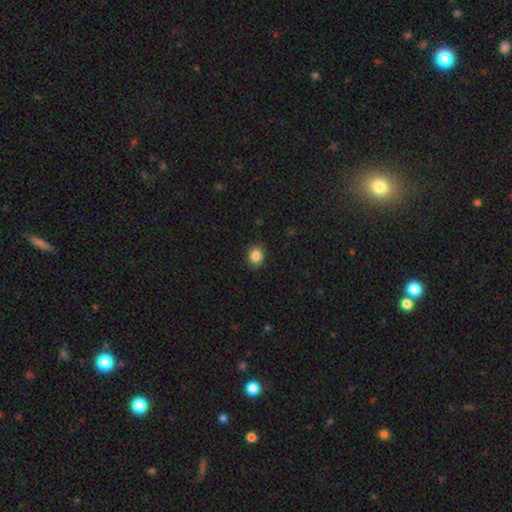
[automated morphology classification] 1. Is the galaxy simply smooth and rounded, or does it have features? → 86% smooth, 10% star or artifact, 4% featured or disk.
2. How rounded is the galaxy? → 60% round, 39% in between, 1% cigar-shaped.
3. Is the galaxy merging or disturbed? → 89% none, 8% minor disturbance, 2% major disturbance, 1% merger.